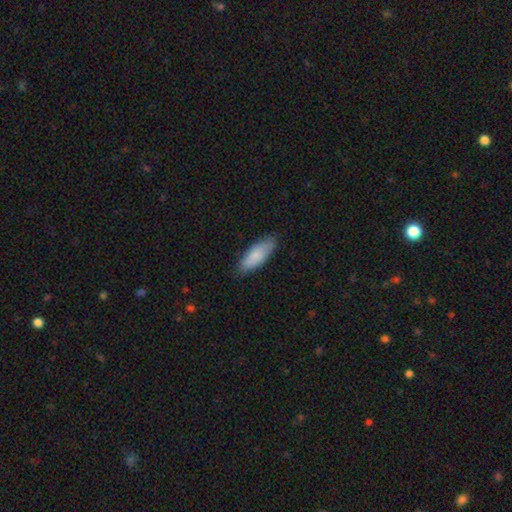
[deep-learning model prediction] Overall: smooth (85%). How rounded: in between (65%; cigar-shaped 33%). Merging: none (83%).